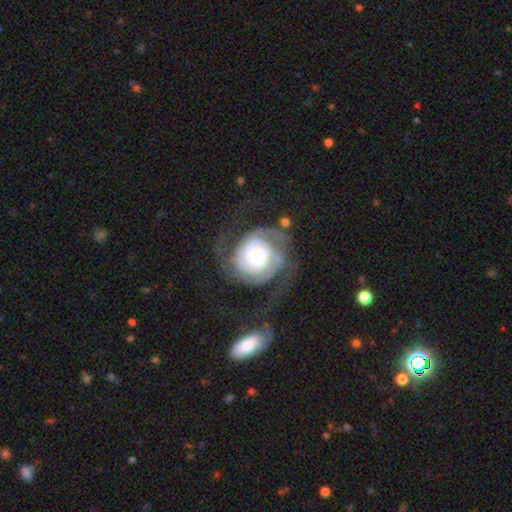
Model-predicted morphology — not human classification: A featured or disk galaxy (86%) with no bar (65%), 2 (50%) tight (61%) spiral arms (95%) and a moderate central bulge (47%).

Vote fractions:
- Smooth or featured? featured or disk: 86% / smooth: 9% / star or artifact: 5%
- Edge-on disk? no: 98% / yes: 2%
- Bar? no: 65% / weak: 27% / strong: 9%
- Spiral arms? yes: 95% / no: 5%
- Spiral winding? tight: 61% / medium: 28% / loose: 11%
- Spiral arm count? 2: 50% / can't tell: 19% / 3: 15% / 1: 7% / 4: 5% / more than 4: 5%
- Bulge size? moderate: 47% / small: 38% / large: 12% / dominant: 2% / none: 1%
- Merging? none: 54% / major disturbance: 27% / minor disturbance: 16% / merger: 3%